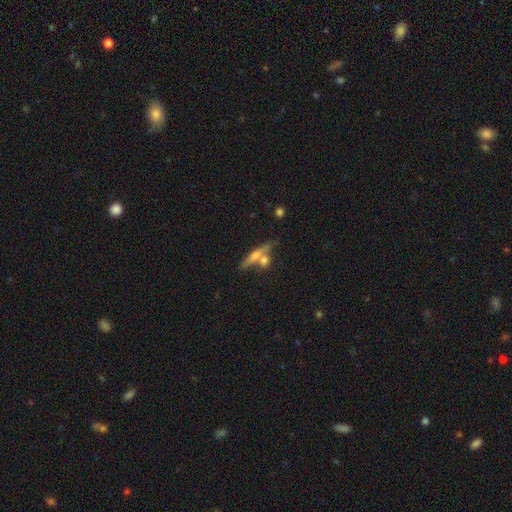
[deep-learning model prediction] A featured or disk galaxy (47%).

Vote fractions:
- Smooth or featured? featured or disk: 47% / smooth: 45% / star or artifact: 8%
- Merging? none: 55% / merger: 30% / minor disturbance: 11% / major disturbance: 4%